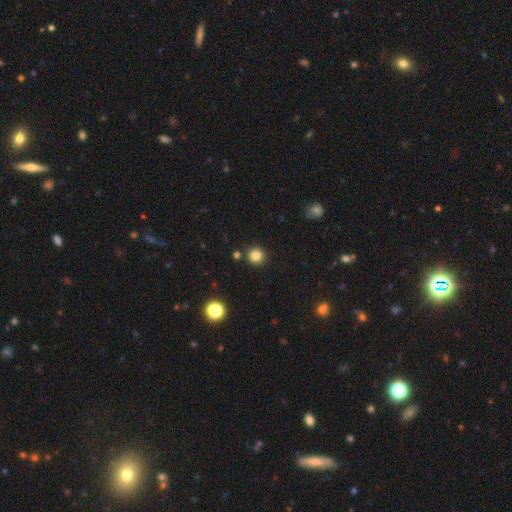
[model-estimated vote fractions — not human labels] A smooth galaxy with no disk features (82%) that is round (93%). Merging: none (88%).